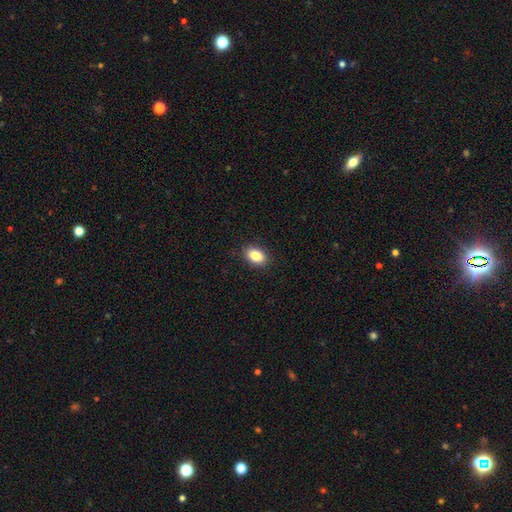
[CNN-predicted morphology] Smooth or featured: smooth — 85% (star or artifact — 8%)
How rounded: in between — 86% (round — 12%)
Merging: none — 90% (minor disturbance — 8%)